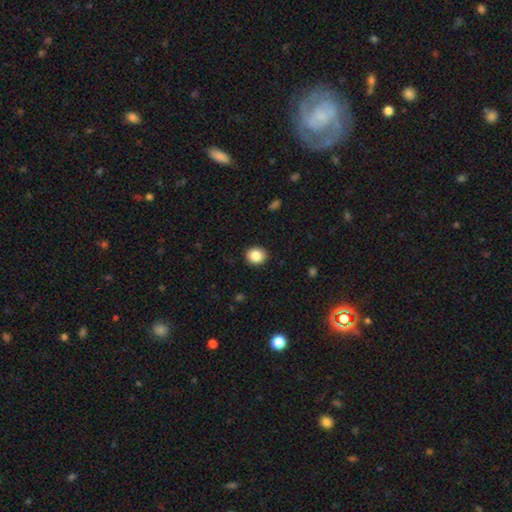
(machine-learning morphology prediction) Smooth or featured? smooth (86%)
How rounded? round (80%)
Merging? none (91%)